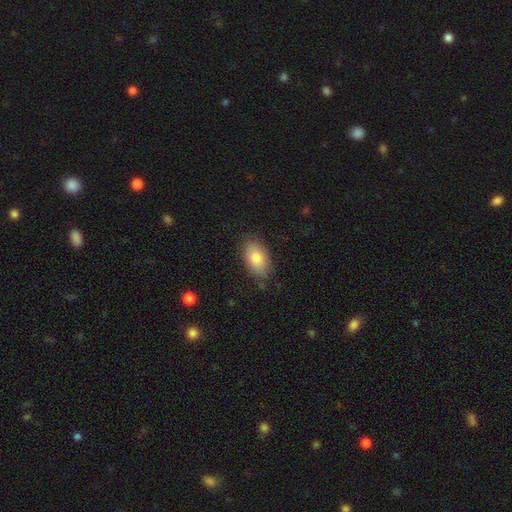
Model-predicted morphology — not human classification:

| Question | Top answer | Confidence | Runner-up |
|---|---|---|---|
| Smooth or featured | smooth | 81% | featured or disk (12%) |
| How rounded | in between | 92% | round (6%) |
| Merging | none | 83% | minor disturbance (13%) |